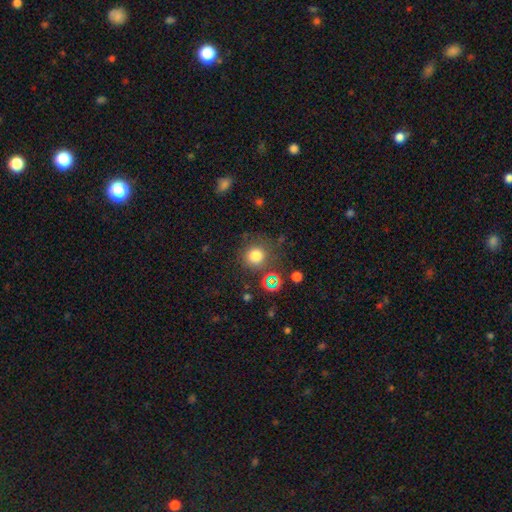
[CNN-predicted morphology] Smooth or featured? Predicted: smooth (p=0.76). How rounded? Predicted: round (p=0.91). Merging? Predicted: none (p=0.77).